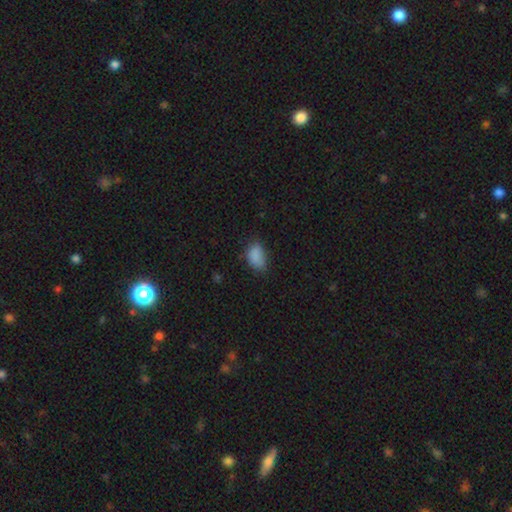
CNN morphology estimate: type=smooth (85%); roundness=in between (88%); merging=none (59%).